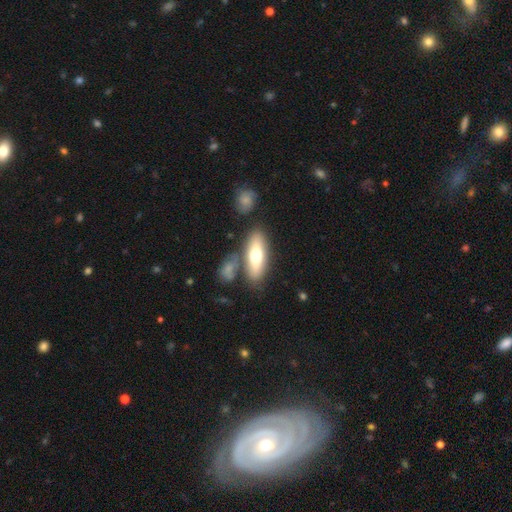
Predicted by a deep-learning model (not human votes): Morphology: type=smooth (63%); roundness=in between (63%); merging=none (71%).